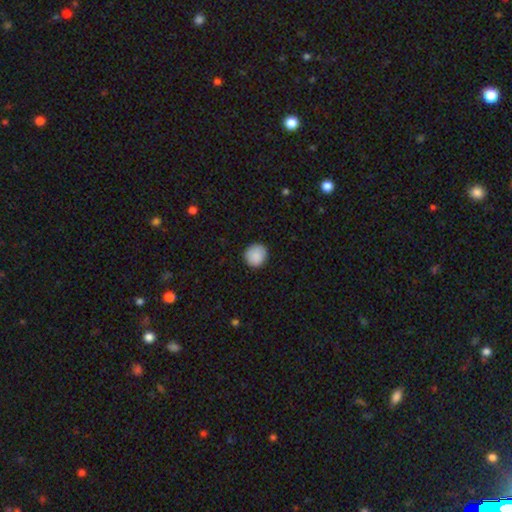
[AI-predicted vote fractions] smooth-or-featured: smooth: 89% | star or artifact: 7% | featured or disk: 3%
  how-rounded: round: 89% | in between: 10% | cigar-shaped: 1%
  merging: none: 89% | minor disturbance: 8% | major disturbance: 2% | merger: 1%